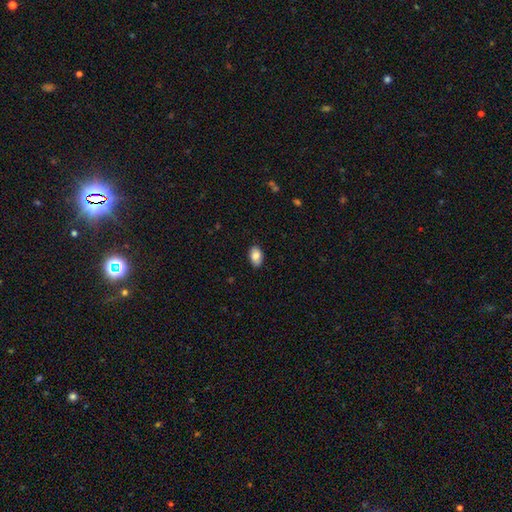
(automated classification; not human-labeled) This appears to be a smooth galaxy with no disk features (84%) that is in between round and cigar-shaped (92%). Merging: none (87%).